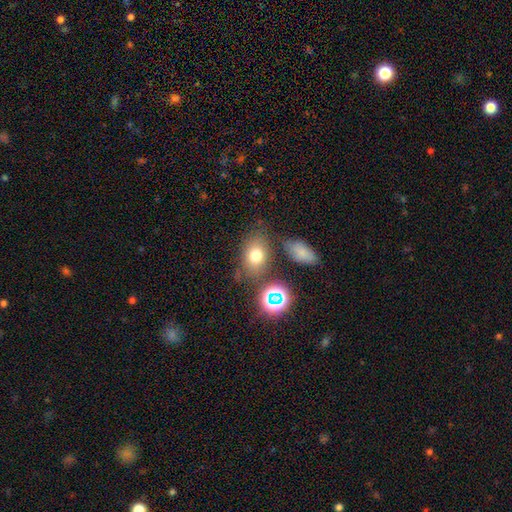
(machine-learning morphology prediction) A smooth galaxy with no disk features (71%) that is in between round and cigar-shaped (71%). Merging: none (69%).